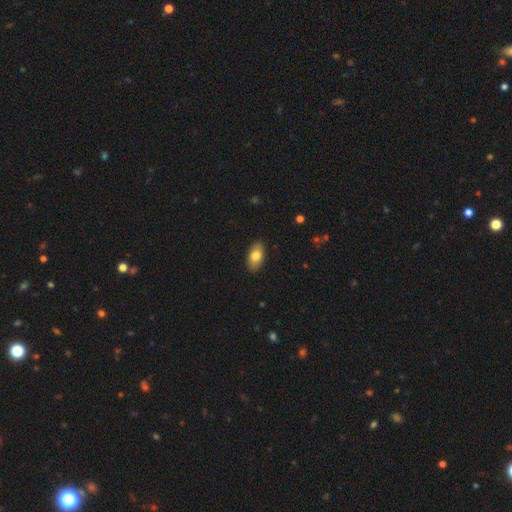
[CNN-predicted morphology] Smooth or featured?
  - smooth: 79% *
  - featured or disk: 14%
  - star or artifact: 6%
How rounded?
  - in between: 93% *
  - round: 4%
  - cigar-shaped: 3%
Merging?
  - none: 89% *
  - minor disturbance: 9%
  - major disturbance: 2%
  - merger: 1%